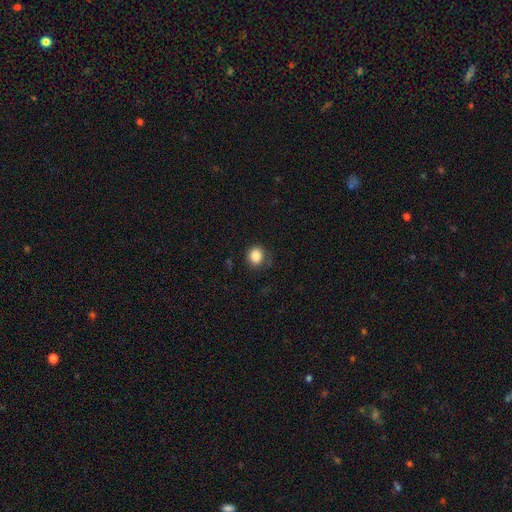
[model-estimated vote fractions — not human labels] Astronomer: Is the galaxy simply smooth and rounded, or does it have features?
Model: smooth — 86%.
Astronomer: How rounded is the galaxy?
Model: round — 79%.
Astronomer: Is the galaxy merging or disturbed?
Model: none — 79%.